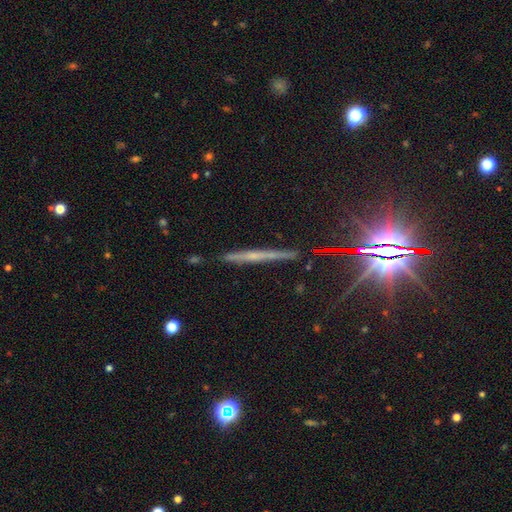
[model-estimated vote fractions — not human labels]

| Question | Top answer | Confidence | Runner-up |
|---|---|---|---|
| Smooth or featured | featured or disk | 55% | smooth (25%) |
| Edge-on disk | yes | 96% | no (4%) |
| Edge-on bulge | none | 53% | rounded (39%) |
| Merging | none | 85% | minor disturbance (11%) |